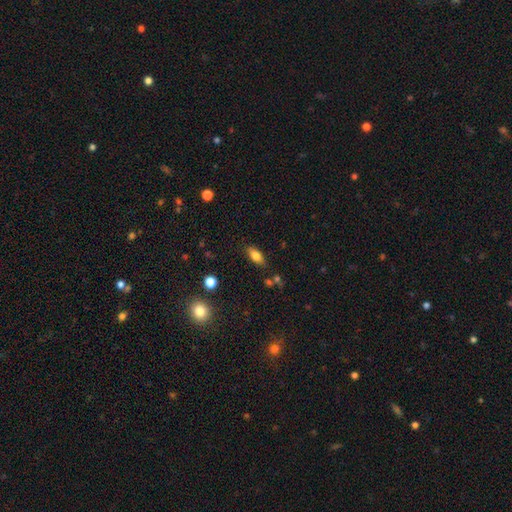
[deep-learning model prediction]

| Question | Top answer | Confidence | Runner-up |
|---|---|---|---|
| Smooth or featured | smooth | 78% | featured or disk (13%) |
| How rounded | in between | 84% | cigar-shaped (11%) |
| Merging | none | 81% | minor disturbance (12%) |